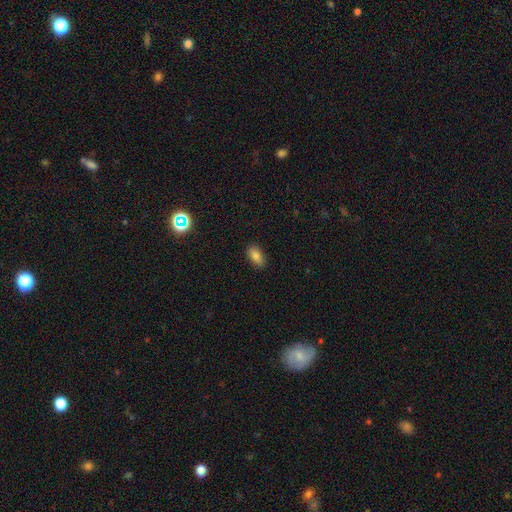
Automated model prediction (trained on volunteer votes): This is clearly a smooth galaxy (83%). How rounded: clearly in between (90%). Merging: clearly none (86%).